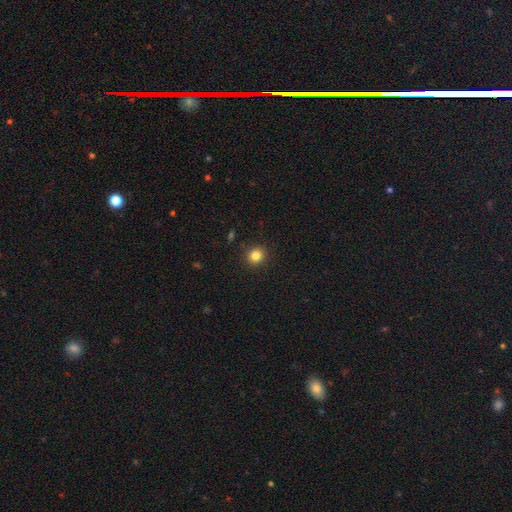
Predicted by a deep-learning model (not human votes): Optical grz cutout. It shows a smooth galaxy with no disk features (83%) that is round (89%). Merging: none (91%).